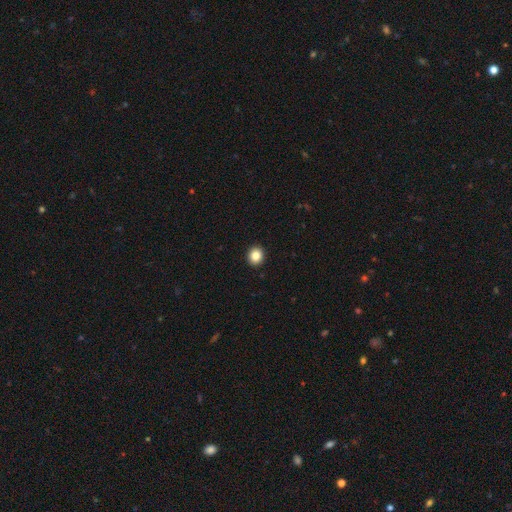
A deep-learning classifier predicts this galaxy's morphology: Smooth or featured? smooth (85%)
How rounded? round (79%)
Merging? none (93%)